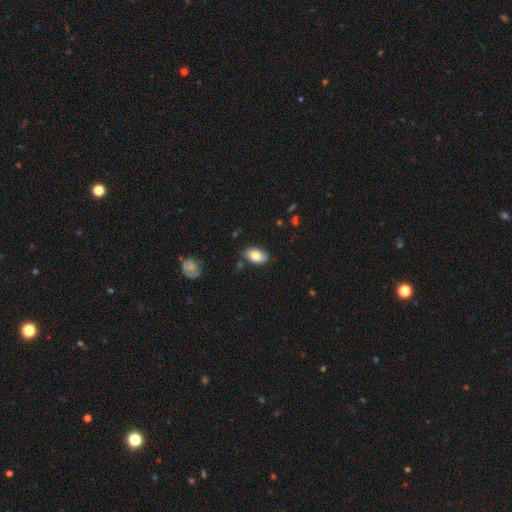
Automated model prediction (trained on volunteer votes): Overall: smooth (79%). How rounded: in between (92%). Merging: none (81%).